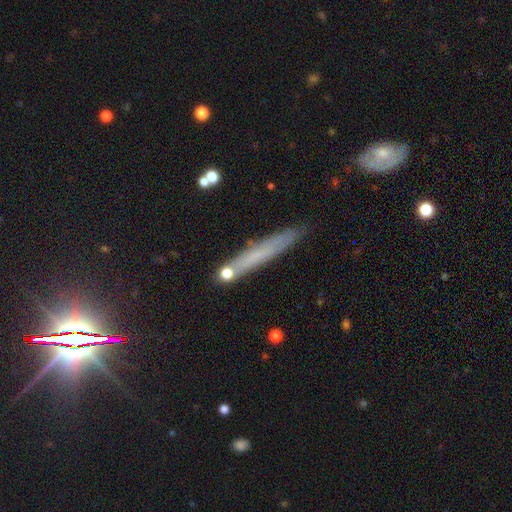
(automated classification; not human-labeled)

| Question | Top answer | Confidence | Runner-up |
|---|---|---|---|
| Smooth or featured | smooth | 51% | featured or disk (33%) |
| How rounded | cigar-shaped | 94% | in between (4%) |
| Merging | none | 80% | minor disturbance (13%) |